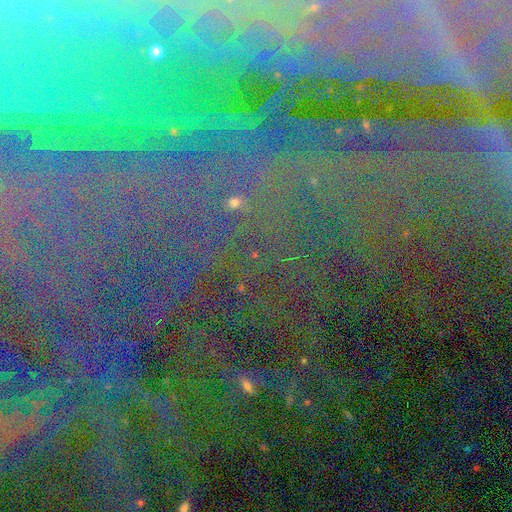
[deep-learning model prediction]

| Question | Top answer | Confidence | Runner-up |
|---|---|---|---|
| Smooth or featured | star or artifact | 82% | featured or disk (10%) |